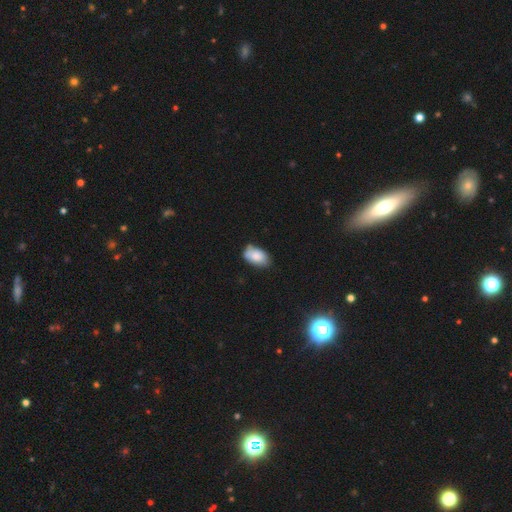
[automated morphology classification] This is clearly a smooth galaxy (81%). How rounded: clearly in between (92%). Merging: likely none (60%).